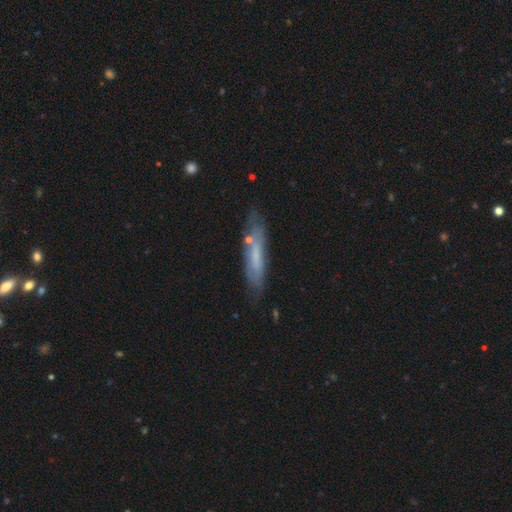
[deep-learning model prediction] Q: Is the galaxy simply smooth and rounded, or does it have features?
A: smooth — 51%.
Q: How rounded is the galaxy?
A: cigar-shaped — 79%.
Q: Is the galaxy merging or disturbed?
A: none — 69%.